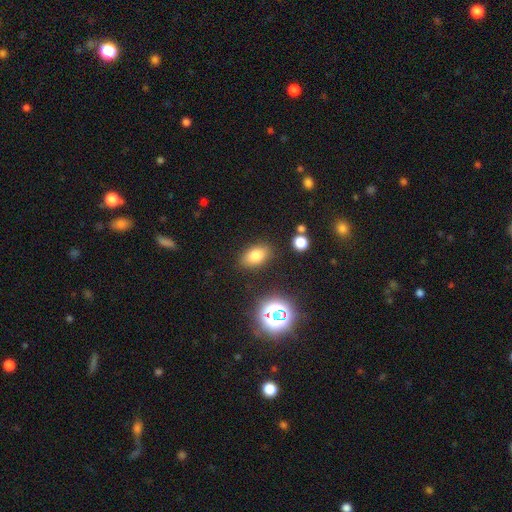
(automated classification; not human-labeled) Overall: smooth (77%). How rounded: in between (85%). Merging: none (85%).